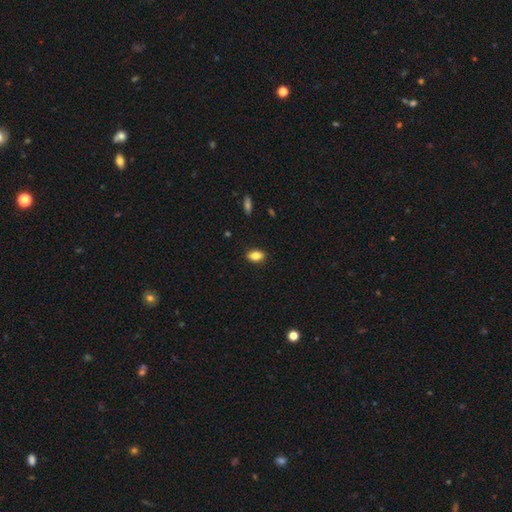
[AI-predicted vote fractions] Overall: smooth (83%). How rounded: in between (88%). Merging: none (88%).